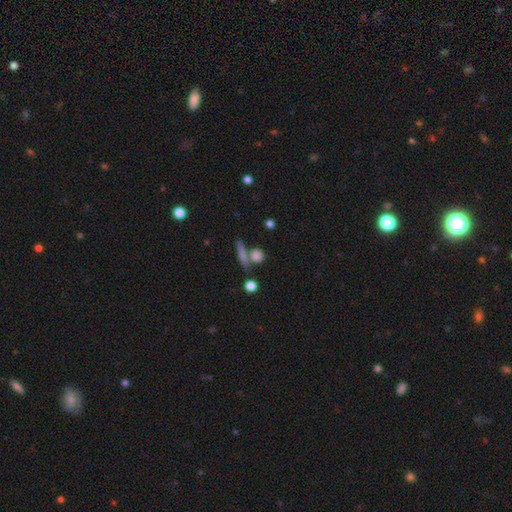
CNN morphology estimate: smooth 78%, featured or disk 11%, star or artifact 11%. Down the decision tree: how rounded — round (70%); merging — none (62%).